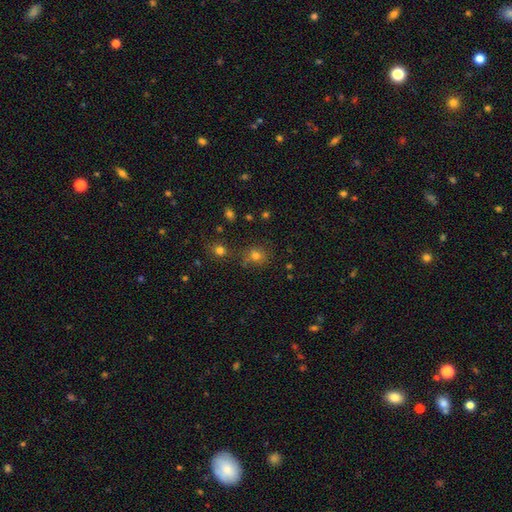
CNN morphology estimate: smooth-or-featured: smooth: 74% | star or artifact: 18% | featured or disk: 8%
  how-rounded: round: 77% | in between: 22% | cigar-shaped: 1%
  merging: none: 65% | minor disturbance: 16% | merger: 12% | major disturbance: 7%